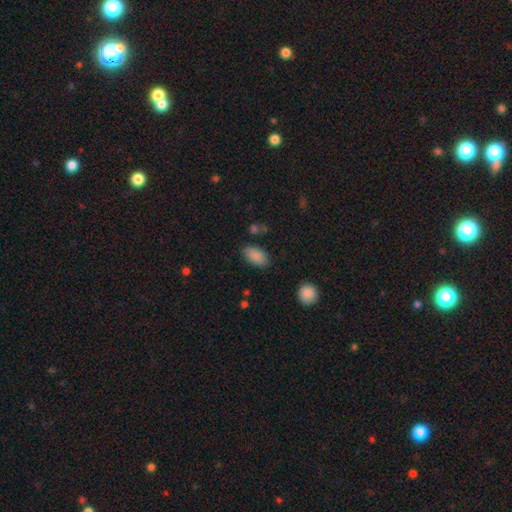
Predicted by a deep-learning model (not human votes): Smooth or featured? smooth (88%)
How rounded? in between (93%)
Merging? none (82%)